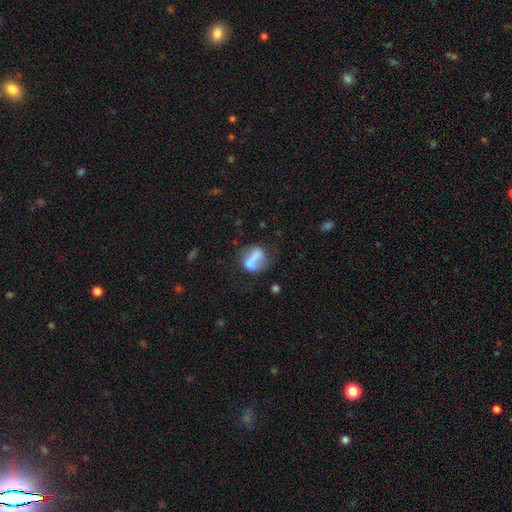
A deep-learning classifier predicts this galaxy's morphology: This appears to be a smooth galaxy with no disk features (62%) that is in between round and cigar-shaped (53%). Merging: merger (39%).